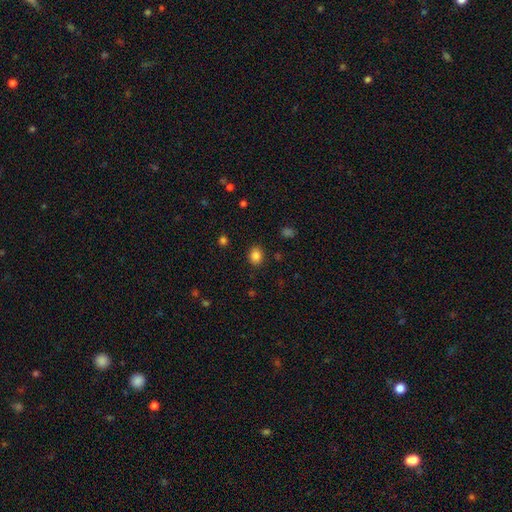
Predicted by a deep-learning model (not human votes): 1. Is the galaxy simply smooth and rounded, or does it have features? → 85% smooth, 11% star or artifact, 4% featured or disk.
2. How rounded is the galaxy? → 57% round, 42% in between, 1% cigar-shaped.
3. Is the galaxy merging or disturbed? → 88% none, 8% minor disturbance, 3% major disturbance, 1% merger.